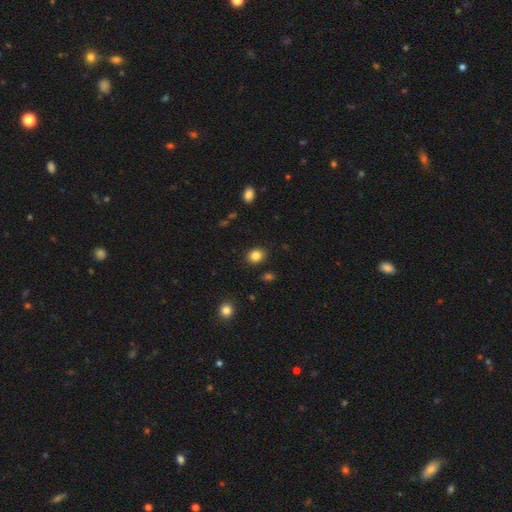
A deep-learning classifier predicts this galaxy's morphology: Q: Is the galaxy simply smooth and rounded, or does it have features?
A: smooth — 85%.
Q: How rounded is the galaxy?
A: round — 58%.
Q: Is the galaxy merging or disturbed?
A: none — 88%.